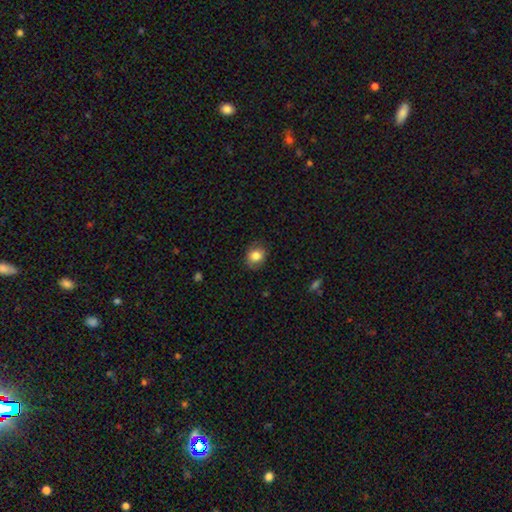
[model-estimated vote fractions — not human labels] Smooth or featured? Predicted: smooth (p=0.83). How rounded? Predicted: round (p=0.58). Merging? Predicted: none (p=0.83).